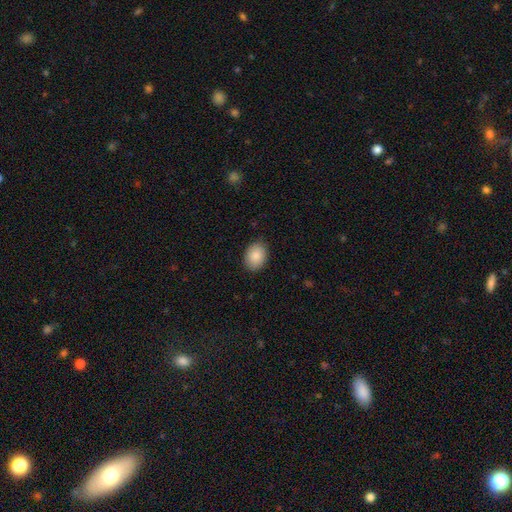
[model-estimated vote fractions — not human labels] Morphology: type=smooth (88%); roundness=in between (73%); merging=none (88%).